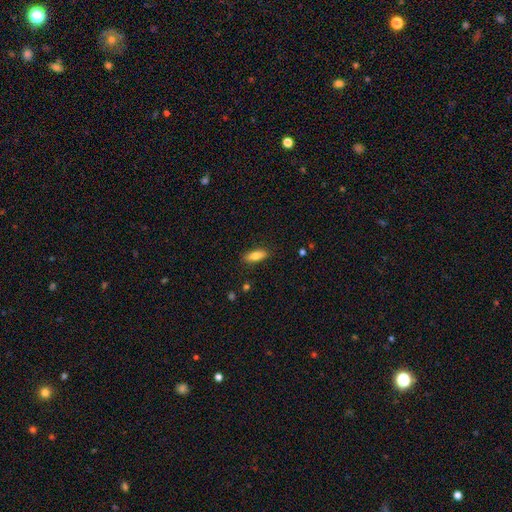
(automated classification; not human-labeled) This appears to be a smooth galaxy with no disk features (78%) that is in between round and cigar-shaped (68%). Merging: none (86%).